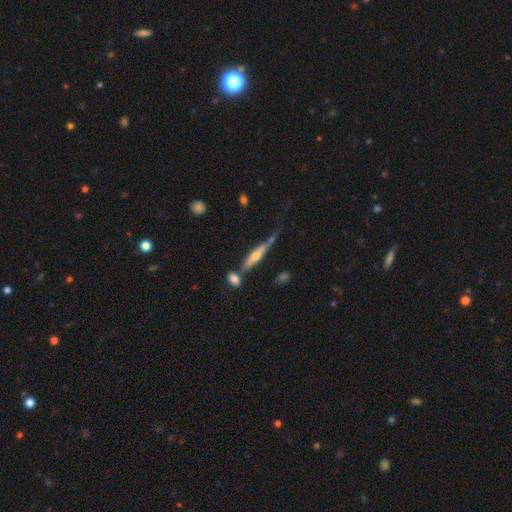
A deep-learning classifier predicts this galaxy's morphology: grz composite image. It shows a featured or disk galaxy (56%) viewed edge-on (90%) with a rounded central bulge (83%). Merging: none (50%).